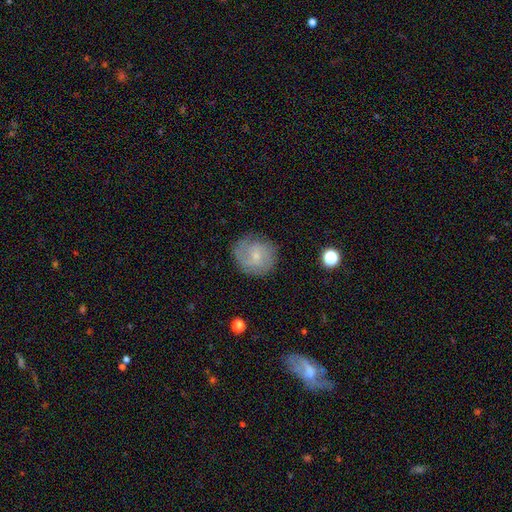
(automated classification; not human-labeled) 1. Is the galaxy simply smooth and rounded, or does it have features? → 51% featured or disk, 41% smooth, 8% star or artifact.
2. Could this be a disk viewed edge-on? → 97% no, 3% yes.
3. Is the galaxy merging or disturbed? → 76% none, 16% minor disturbance, 6% major disturbance, 1% merger.